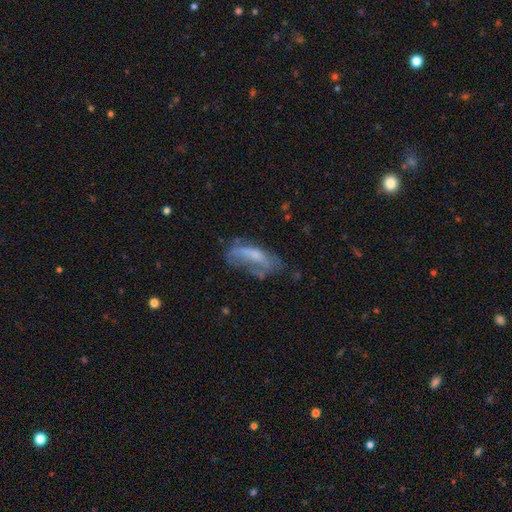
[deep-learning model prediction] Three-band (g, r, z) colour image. It shows a featured or disk galaxy (46%). Merging: none (40%).